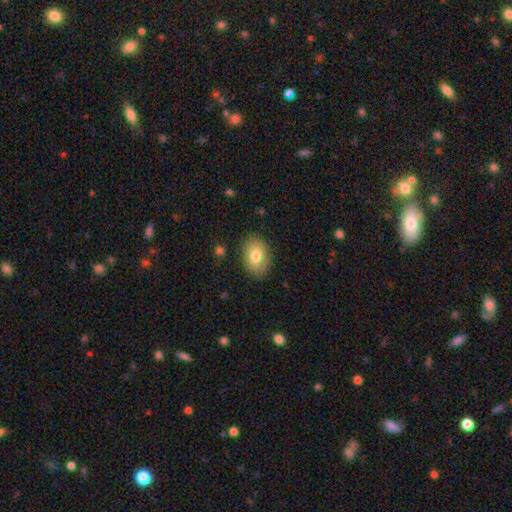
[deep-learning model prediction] smooth 79%, featured or disk 13%, star or artifact 8%. Down the decision tree: how rounded — in between (81%); merging — none (87%).